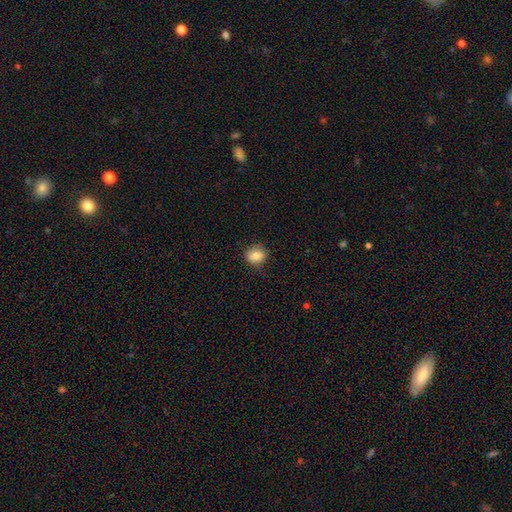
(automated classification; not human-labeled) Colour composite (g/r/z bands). It shows a smooth galaxy with no disk features (79%) that is round (71%). Merging: none (81%).